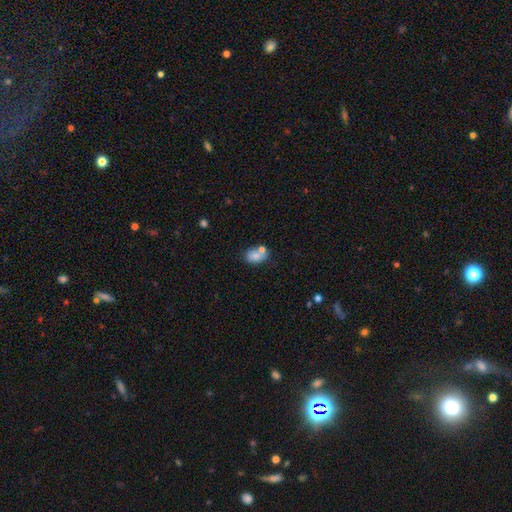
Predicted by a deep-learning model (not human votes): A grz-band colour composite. It shows a smooth galaxy with no disk features (79%) that is in between round and cigar-shaped (80%). Merging: none (51%).